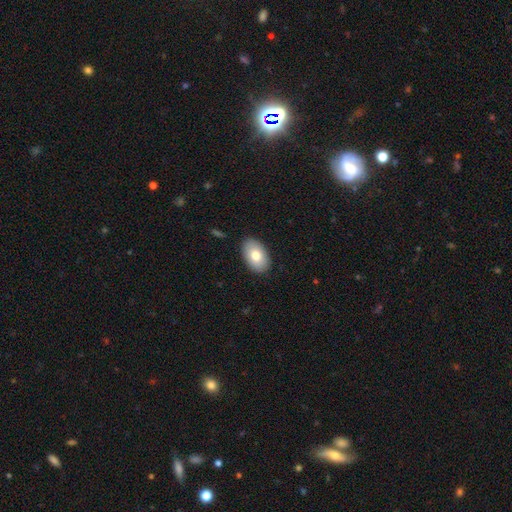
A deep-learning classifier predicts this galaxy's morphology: smooth-or-featured: smooth: 79% | featured or disk: 15% | star or artifact: 6%
  how-rounded: in between: 92% | round: 7% | cigar-shaped: 1%
  merging: none: 88% | minor disturbance: 9% | major disturbance: 2% | merger: 1%